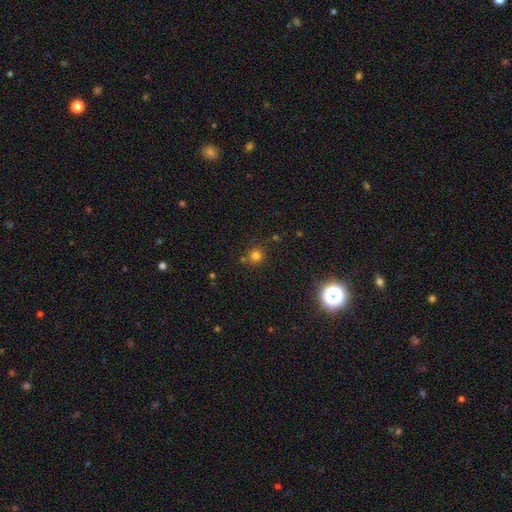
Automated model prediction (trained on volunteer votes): Smooth or featured: smooth — 76% (star or artifact — 18%)
How rounded: round — 92% (in between — 7%)
Merging: none — 75% (merger — 12%)